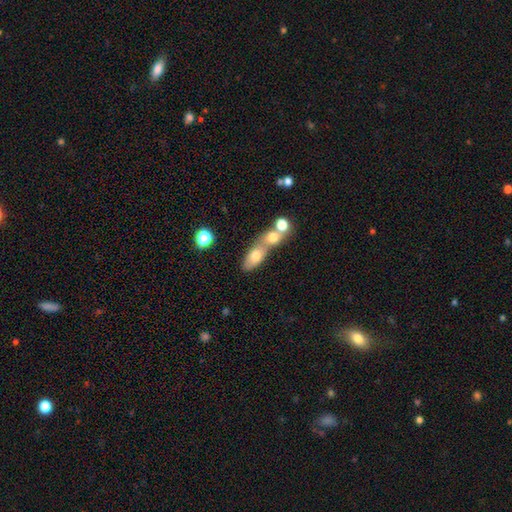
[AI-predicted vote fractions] Smooth or featured?
  - smooth: 69% *
  - featured or disk: 21%
  - star or artifact: 10%
How rounded?
  - in between: 69% *
  - round: 16%
  - cigar-shaped: 15%
Merging?
  - merger: 63% *
  - none: 25%
  - minor disturbance: 7%
  - major disturbance: 5%